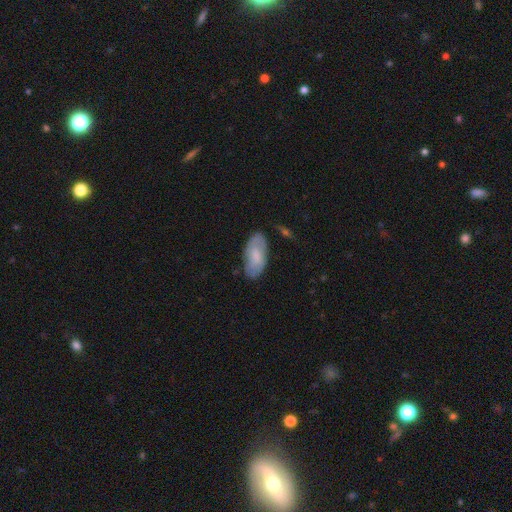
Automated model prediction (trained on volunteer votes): The model was most divided on "smooth or featured": smooth: 65%, featured or disk: 29%, star or artifact: 6%. More confident: how rounded — in between (92%); merging — none (75%).